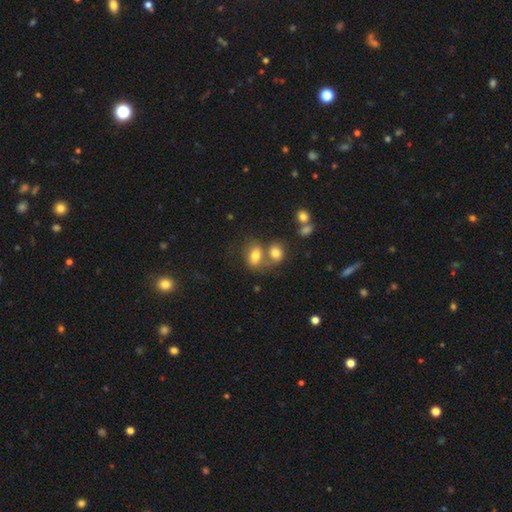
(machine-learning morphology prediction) Q: Smooth or featured?
A: smooth (75%); runner-up: featured or disk (15%)
Q: How rounded?
A: in between (71%); runner-up: round (28%)
Q: Merging?
A: merger (48%); runner-up: none (36%)